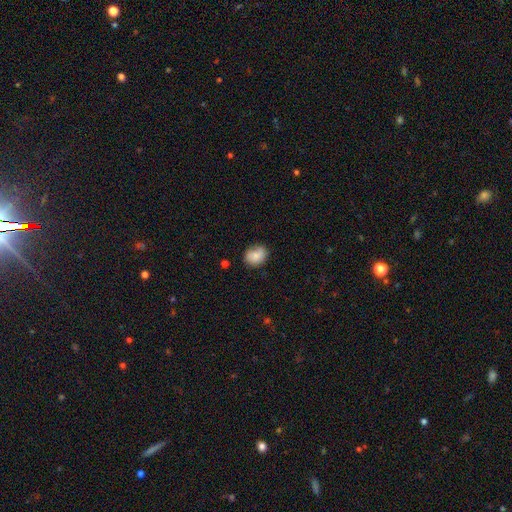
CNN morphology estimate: Smooth or featured? Predicted: smooth (p=0.81). How rounded? Predicted: in between (p=0.55). Merging? Predicted: none (p=0.69).